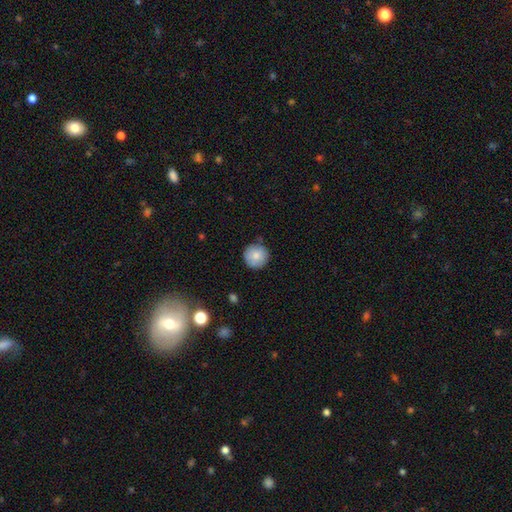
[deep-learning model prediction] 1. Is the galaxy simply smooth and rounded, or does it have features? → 82% smooth, 10% featured or disk, 8% star or artifact.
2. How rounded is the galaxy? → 95% round, 4% in between, 1% cigar-shaped.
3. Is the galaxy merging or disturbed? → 84% none, 12% minor disturbance, 2% major disturbance, 2% merger.